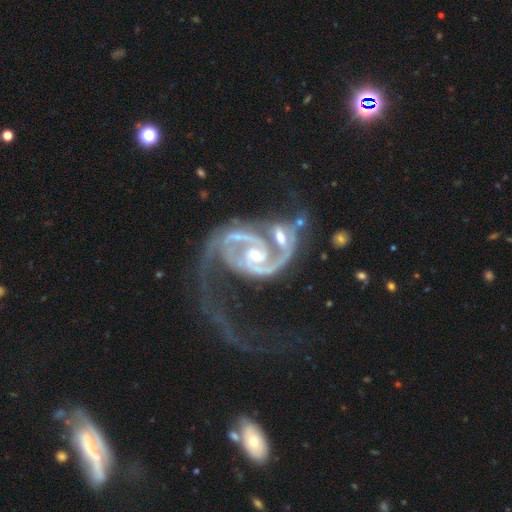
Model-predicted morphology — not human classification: type=featured or disk (93%); edge-on=no (98%); bar=no (43%); spiral arms=yes (98%); winding=medium (46%); arm count=2 (82%); bulge=small (48%); merging=major disturbance (37%).